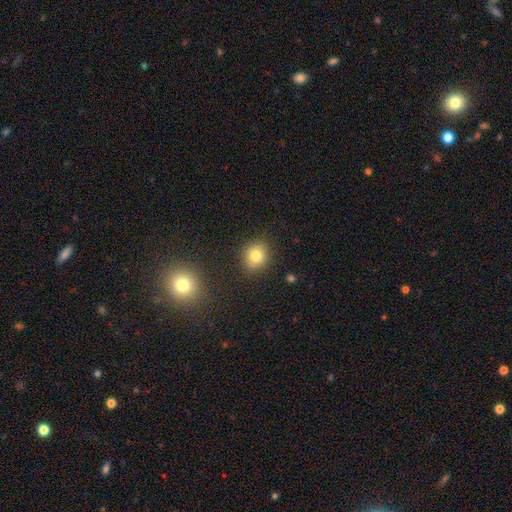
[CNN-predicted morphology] A smooth galaxy with no disk features (80%) that is round (72%). Merging: none (85%).